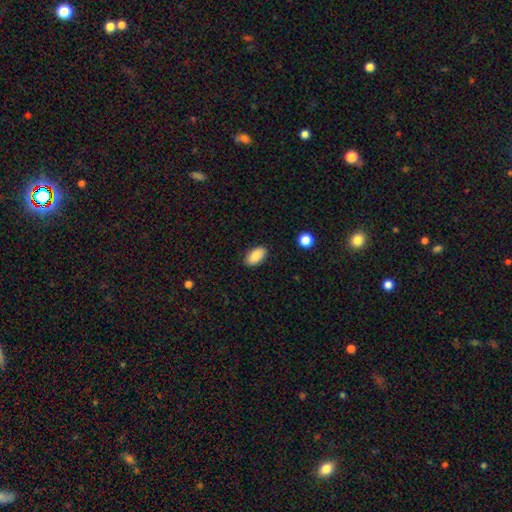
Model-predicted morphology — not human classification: Smooth or featured? Predicted: smooth (p=0.88). How rounded? Predicted: in between (p=0.94). Merging? Predicted: none (p=0.88).